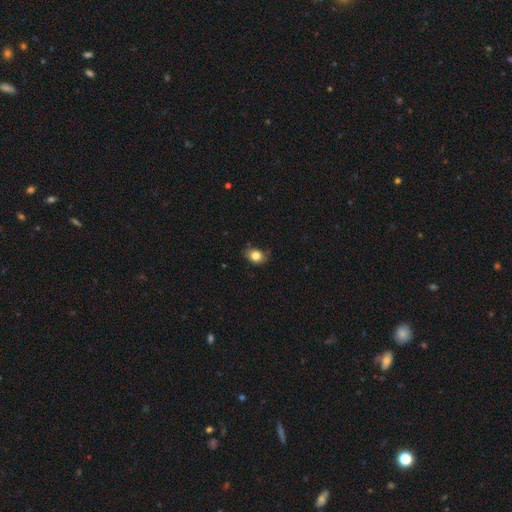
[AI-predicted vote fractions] This appears to be a smooth galaxy with no disk features (82%) that is in between round and cigar-shaped (57%). Merging: none (75%).